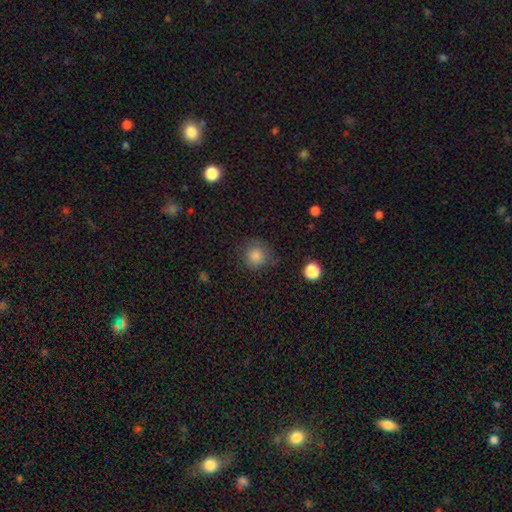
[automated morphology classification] A smooth galaxy with no disk features (81%) that is round (91%).

Vote fractions:
- Smooth or featured? smooth: 81% / star or artifact: 11% / featured or disk: 7%
- How rounded? round: 91% / in between: 8% / cigar-shaped: 1%
- Merging? none: 74% / minor disturbance: 18% / major disturbance: 6% / merger: 2%